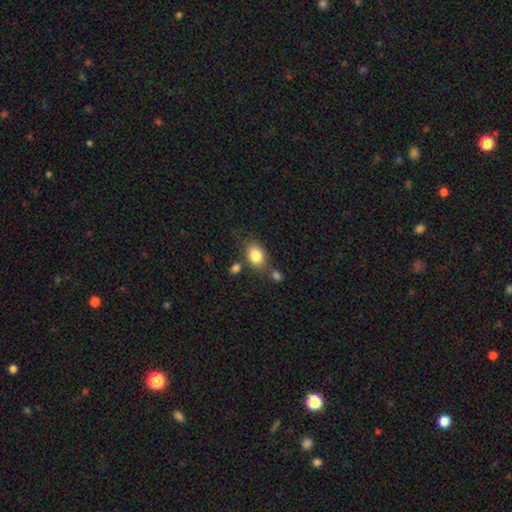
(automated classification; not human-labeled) smooth-or-featured: smooth: 83% | featured or disk: 8% | star or artifact: 8%
  how-rounded: in between: 74% | round: 24% | cigar-shaped: 1%
  merging: none: 66% | minor disturbance: 16% | merger: 13% | major disturbance: 5%